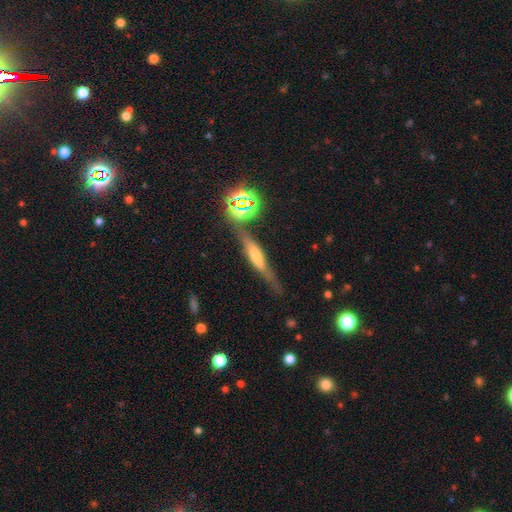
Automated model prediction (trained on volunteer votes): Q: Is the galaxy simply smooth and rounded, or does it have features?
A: featured or disk — 57%.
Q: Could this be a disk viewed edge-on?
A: yes — 90%.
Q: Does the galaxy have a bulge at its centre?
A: rounded — 54%.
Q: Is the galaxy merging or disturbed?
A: none — 72%.